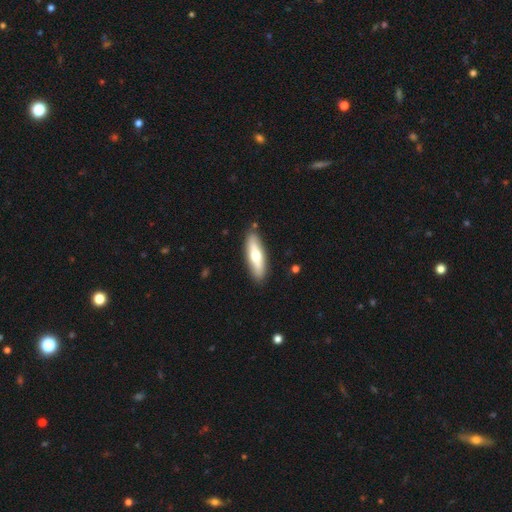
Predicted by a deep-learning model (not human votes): This appears to be a smooth galaxy with no disk features (56%) that is cigar-shaped (52%). Merging: none (86%).